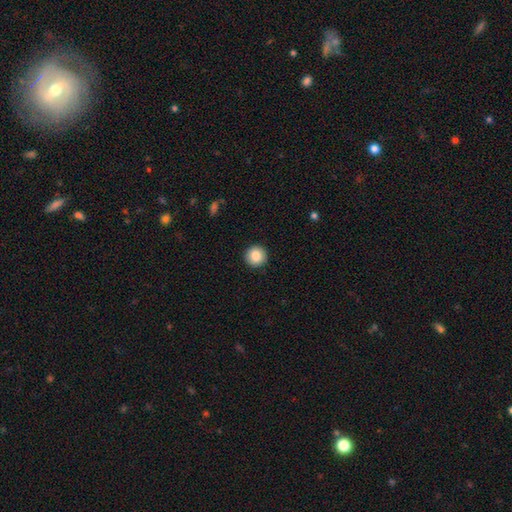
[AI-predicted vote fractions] smooth_or_featured: smooth (p=0.86) [alt: star or artifact p=0.09]
how_rounded: round (p=0.96) [alt: in between p=0.03]
merging: none (p=0.93) [alt: minor disturbance p=0.05]